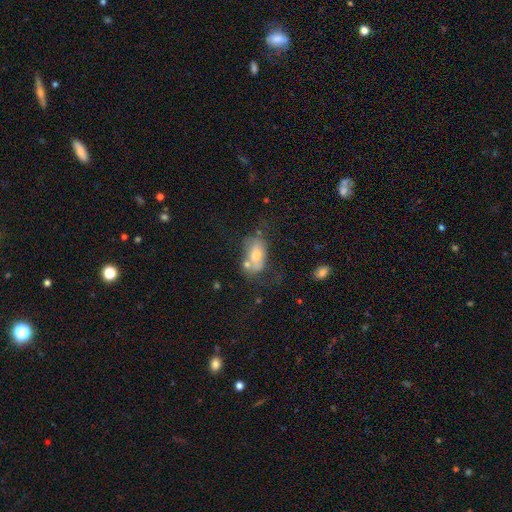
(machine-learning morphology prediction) A smooth galaxy with no disk features (60%) that is in between round and cigar-shaped (87%). Merging: none (39%).